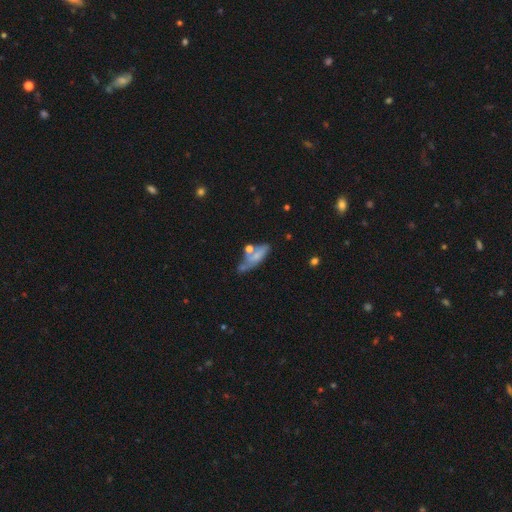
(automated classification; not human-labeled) Smooth or featured: smooth — 57% (featured or disk — 34%)
How rounded: in between — 62% (cigar-shaped — 34%)
Merging: none — 44% (minor disturbance — 25%)